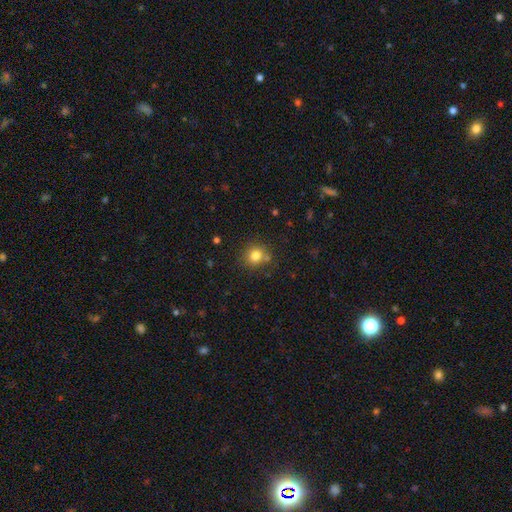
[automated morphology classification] This appears to be a smooth galaxy with no disk features (79%) that is round (87%). Merging: none (76%).